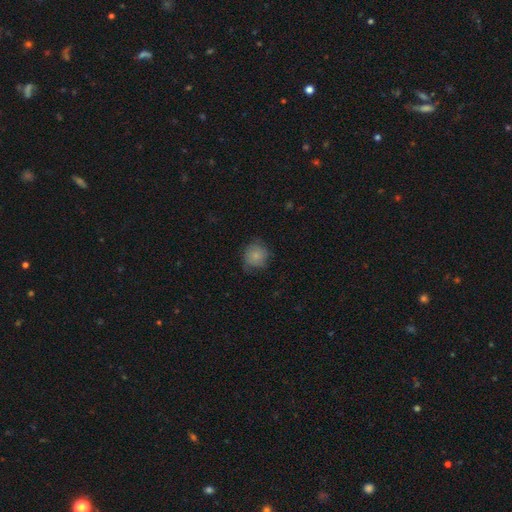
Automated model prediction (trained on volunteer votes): A smooth galaxy with no disk features (82%) that is round (85%).

Vote fractions:
- Smooth or featured? smooth: 82% / featured or disk: 10% / star or artifact: 8%
- How rounded? round: 85% / in between: 14% / cigar-shaped: 1%
- Merging? none: 66% / minor disturbance: 26% / major disturbance: 7% / merger: 1%